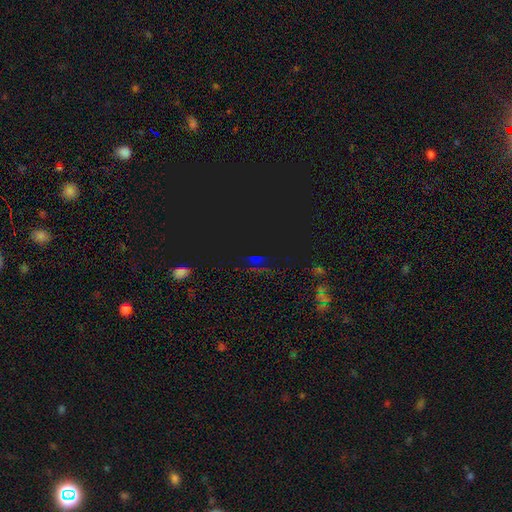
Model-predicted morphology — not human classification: Smooth or featured? Predicted: star or artifact (p=0.78).